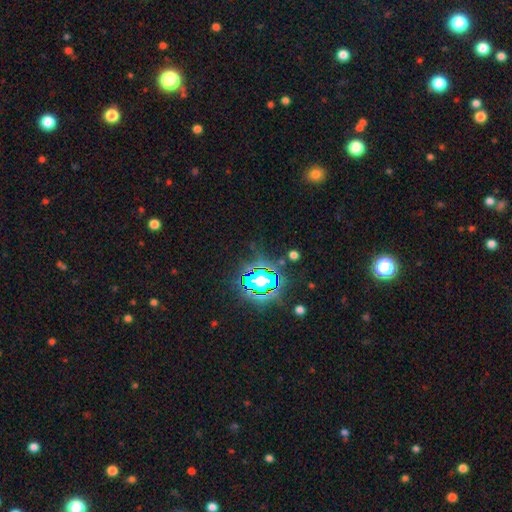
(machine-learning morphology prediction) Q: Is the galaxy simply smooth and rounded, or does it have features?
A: star or artifact — 80%.